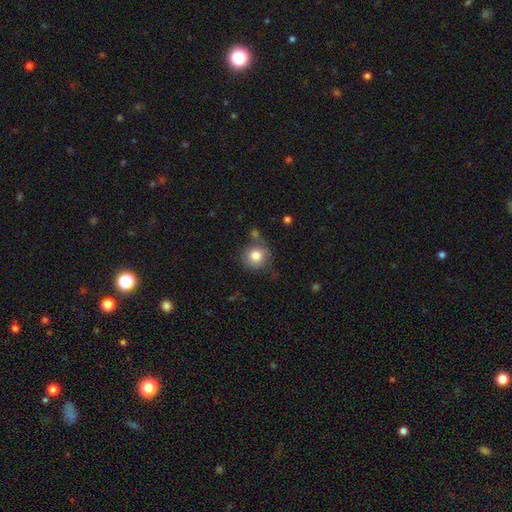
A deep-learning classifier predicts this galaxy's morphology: smooth_or_featured: smooth (p=0.81) [alt: featured or disk p=0.10]
how_rounded: round (p=0.90) [alt: in between p=0.09]
merging: none (p=0.66) [alt: minor disturbance p=0.18]